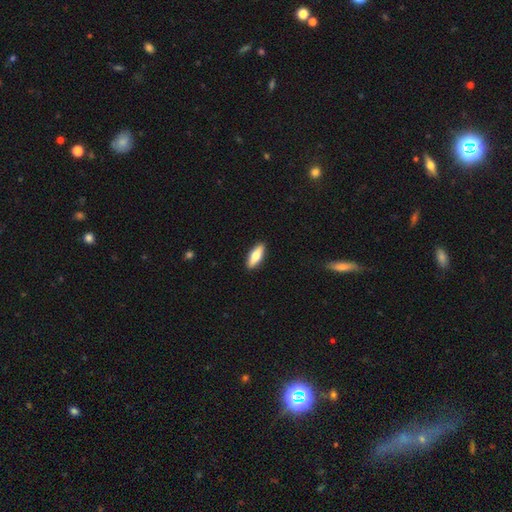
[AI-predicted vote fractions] Overall: smooth (63%; featured or disk 32%). How rounded: in between (59%; cigar-shaped 39%). Merging: none (91%).